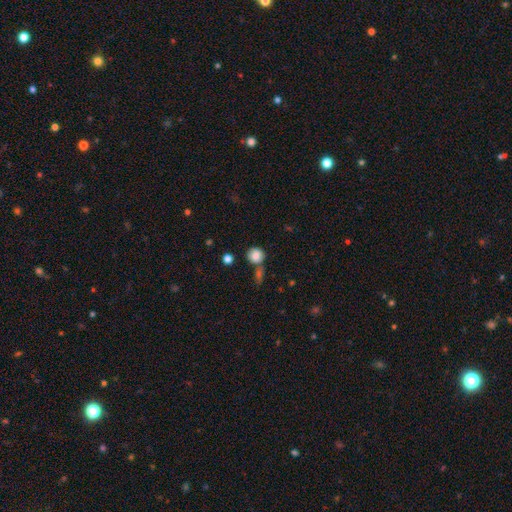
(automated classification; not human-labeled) The model was most divided on "merging": none: 62%, merger: 21%, minor disturbance: 12%, major disturbance: 4%. More confident: how rounded — round (86%); smooth or featured — smooth (83%).